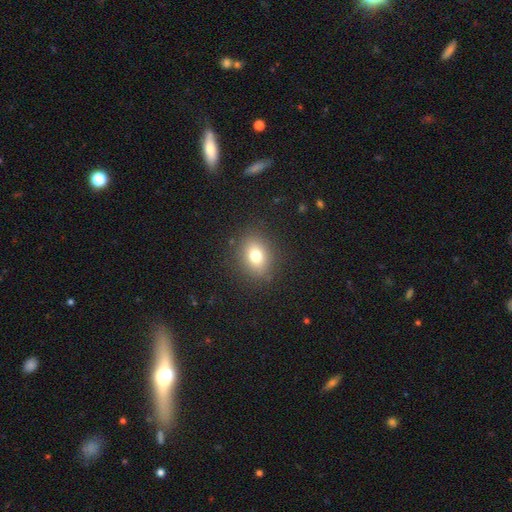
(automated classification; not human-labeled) smooth_or_featured: smooth (p=0.76) [alt: star or artifact p=0.12]
how_rounded: in between (p=0.58) [alt: round p=0.41]
merging: none (p=0.86) [alt: minor disturbance p=0.09]